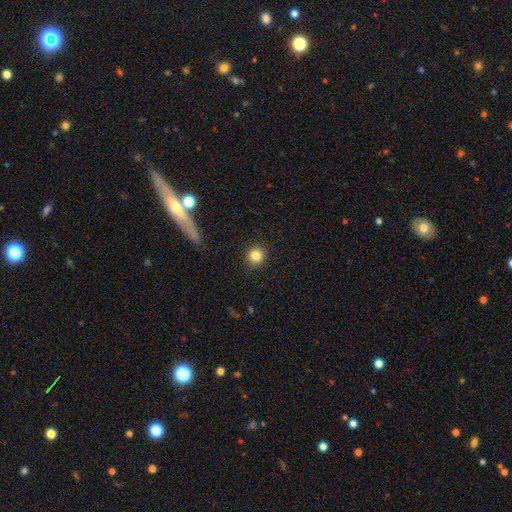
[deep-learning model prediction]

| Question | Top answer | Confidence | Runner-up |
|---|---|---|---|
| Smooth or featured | smooth | 83% | star or artifact (11%) |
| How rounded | round | 90% | in between (9%) |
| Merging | none | 91% | minor disturbance (6%) |